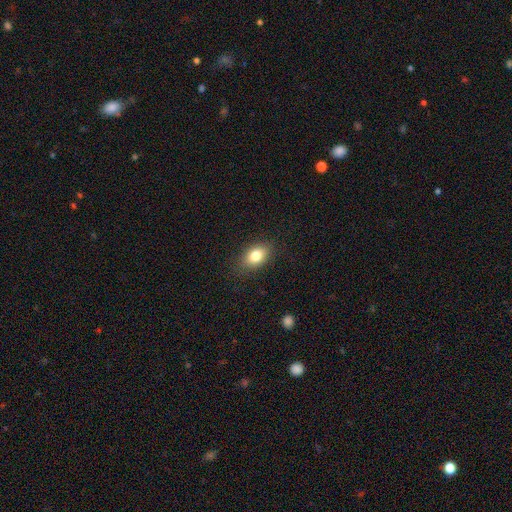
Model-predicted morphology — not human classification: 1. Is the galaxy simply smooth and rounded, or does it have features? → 80% smooth, 11% featured or disk, 9% star or artifact.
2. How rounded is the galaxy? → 83% in between, 15% round, 2% cigar-shaped.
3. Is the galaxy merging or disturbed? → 85% none, 11% minor disturbance, 3% major disturbance, 1% merger.